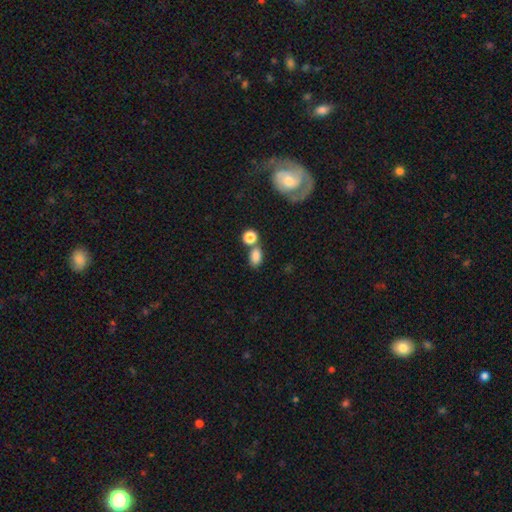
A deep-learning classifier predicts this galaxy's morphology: A smooth galaxy with no disk features (82%) that is in between round and cigar-shaped (81%). Merging: none (53%).